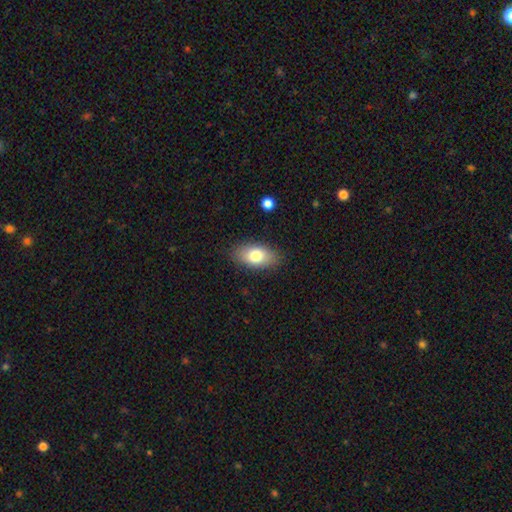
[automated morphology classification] Q: Smooth or featured?
A: smooth (78%); runner-up: featured or disk (15%)
Q: How rounded?
A: in between (90%); runner-up: round (5%)
Q: Merging?
A: none (86%); runner-up: minor disturbance (10%)